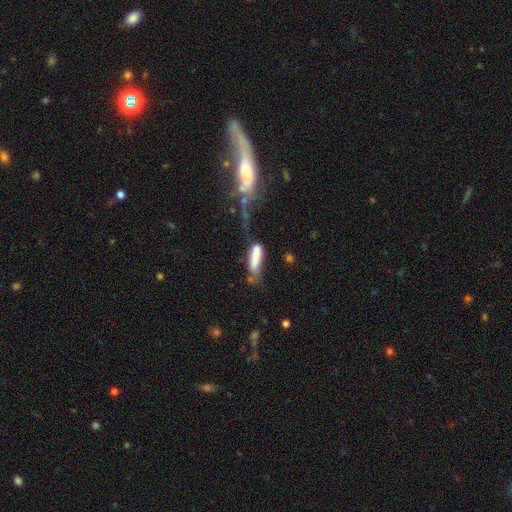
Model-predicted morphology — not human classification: A smooth galaxy with no disk features (73%) that is cigar-shaped (57%). Merging: major disturbance (30%).